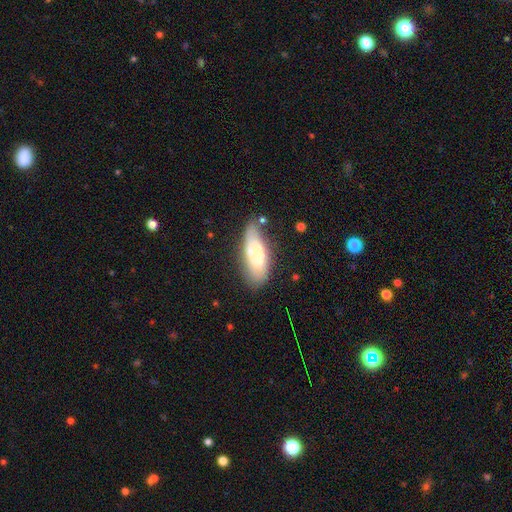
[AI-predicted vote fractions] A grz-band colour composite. It shows a smooth galaxy with no disk features (60%) that is in between round and cigar-shaped (74%). Merging: none (55%).